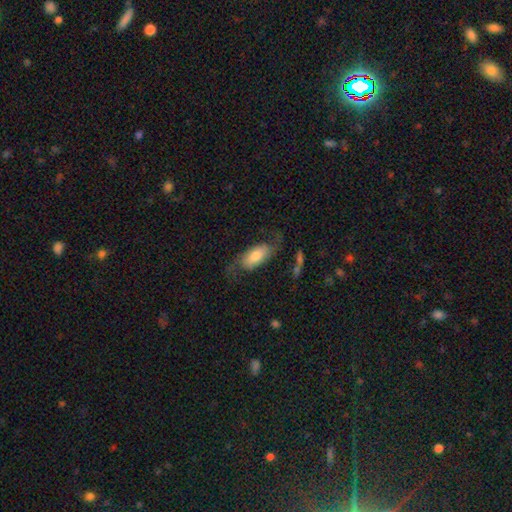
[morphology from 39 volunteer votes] Overall: smooth (56%; featured or disk 36%). How rounded: in between (73%). Merging: none (64%; major disturbance 28%).